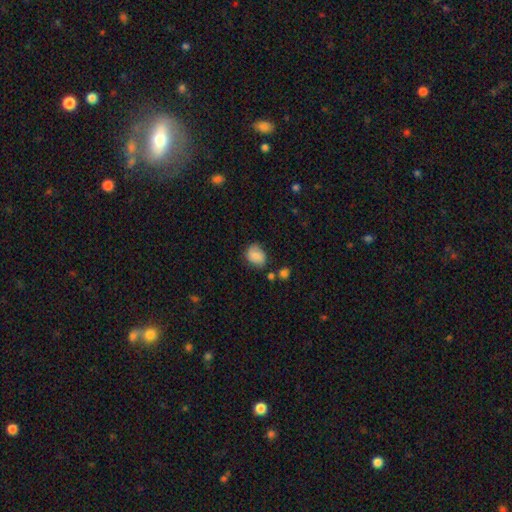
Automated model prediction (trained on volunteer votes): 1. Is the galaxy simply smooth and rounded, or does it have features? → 80% smooth, 12% featured or disk, 9% star or artifact.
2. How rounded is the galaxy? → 53% in between, 46% round, 1% cigar-shaped.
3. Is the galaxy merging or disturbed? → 66% none, 24% minor disturbance, 6% major disturbance, 5% merger.